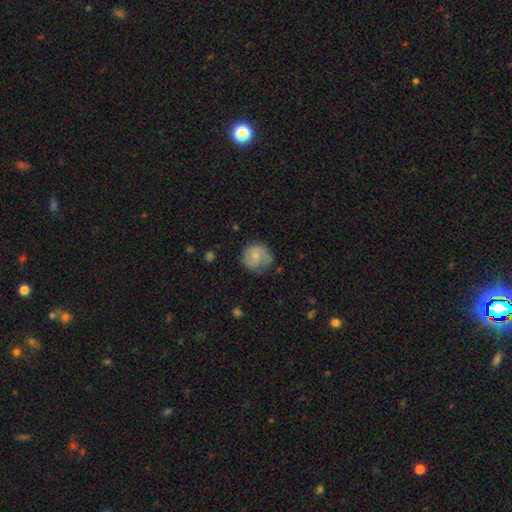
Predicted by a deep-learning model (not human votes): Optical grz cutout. It shows a smooth galaxy with no disk features (50%) that is round (85%). Merging: none (64%).